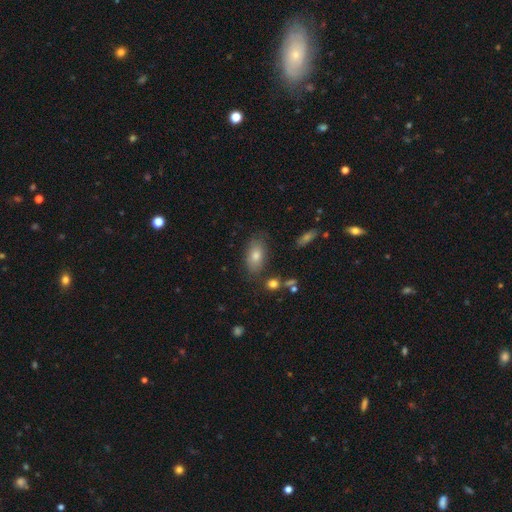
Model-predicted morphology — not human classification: smooth_or_featured: smooth (p=0.75) [alt: featured or disk p=0.14]
how_rounded: in between (p=0.89) [alt: round p=0.07]
merging: none (p=0.79) [alt: minor disturbance p=0.14]